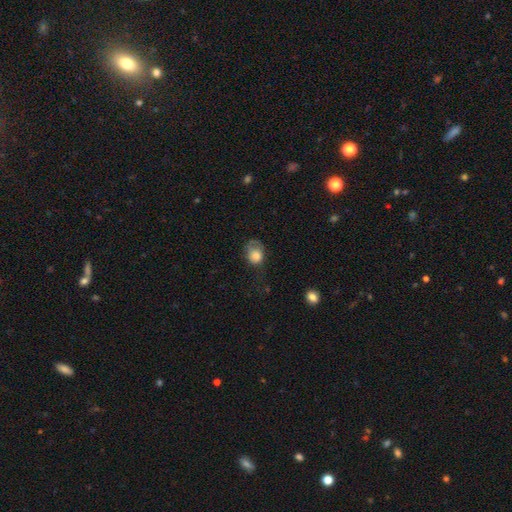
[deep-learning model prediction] Smooth or featured? smooth (74%)
How rounded? round (52%)
Merging? major disturbance (35%)